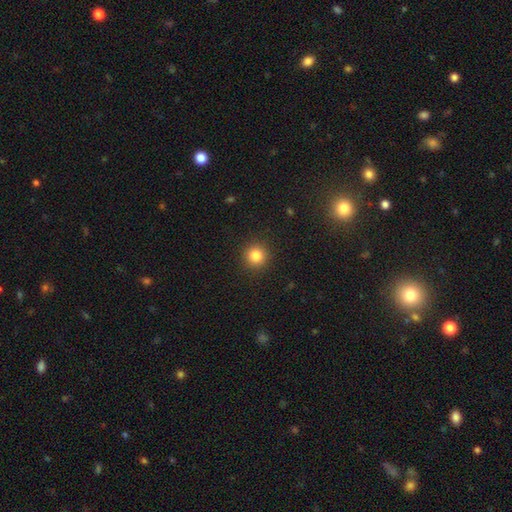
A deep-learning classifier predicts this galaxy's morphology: Smooth or featured? Predicted: smooth (p=0.83). How rounded? Predicted: round (p=0.94). Merging? Predicted: none (p=0.92).